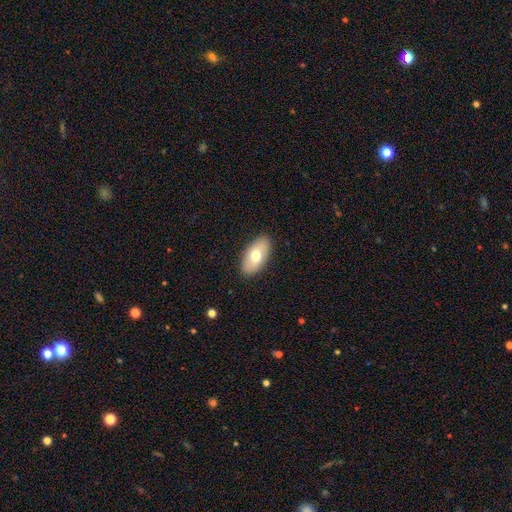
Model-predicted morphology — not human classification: Smooth or featured?
  - smooth: 69% *
  - featured or disk: 25%
  - star or artifact: 6%
How rounded?
  - in between: 93% *
  - cigar-shaped: 3%
  - round: 3%
Merging?
  - none: 88% *
  - minor disturbance: 9%
  - major disturbance: 2%
  - merger: 1%